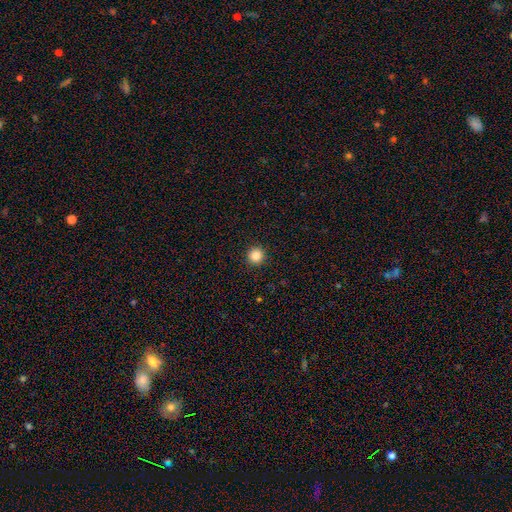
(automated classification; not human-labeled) This appears to be a smooth galaxy with no disk features (84%) that is round (96%). Merging: none (93%).